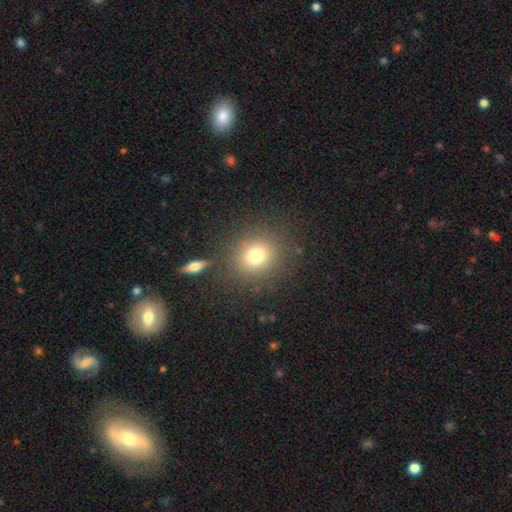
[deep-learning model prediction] Smooth or featured? Predicted: smooth (p=0.75). How rounded? Predicted: round (p=0.83). Merging? Predicted: none (p=0.84).